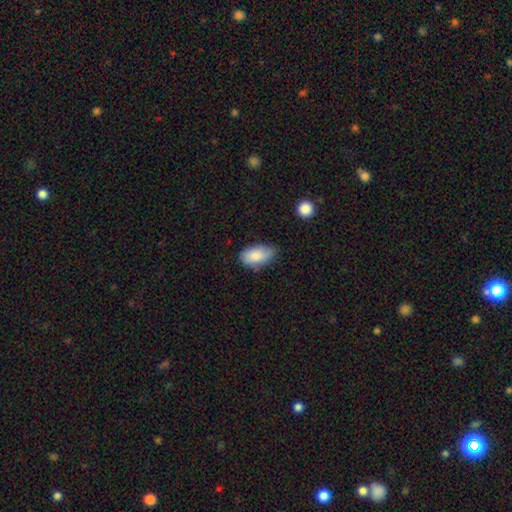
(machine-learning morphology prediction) smooth_or_featured: smooth (p=0.84) [alt: featured or disk p=0.10]
how_rounded: in between (p=0.94) [alt: round p=0.04]
merging: none (p=0.60) [alt: minor disturbance p=0.33]